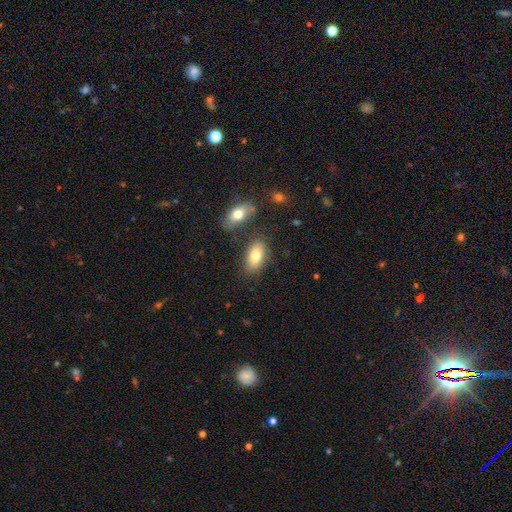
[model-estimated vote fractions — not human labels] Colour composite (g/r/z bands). It shows a smooth galaxy with no disk features (79%) that is in between round and cigar-shaped (92%). Merging: none (76%).